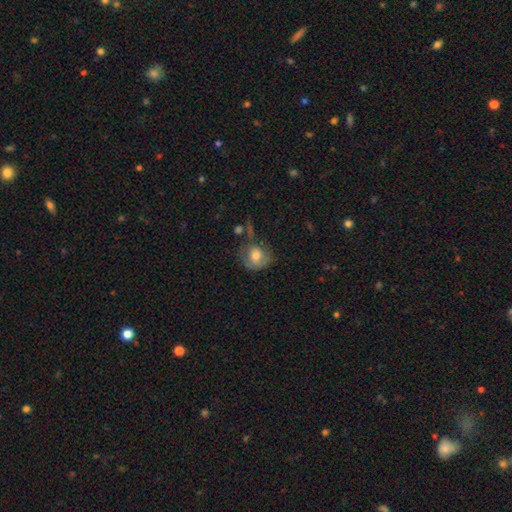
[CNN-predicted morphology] Smooth or featured? smooth (62%)
How rounded? round (68%)
Merging? none (46%)